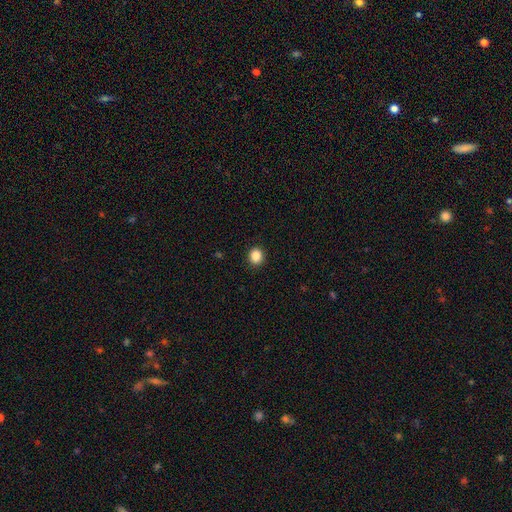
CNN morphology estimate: A smooth galaxy with no disk features (87%) that is round (84%).

Vote fractions:
- Smooth or featured? smooth: 87% / star or artifact: 10% / featured or disk: 3%
- How rounded? round: 84% / in between: 15% / cigar-shaped: 1%
- Merging? none: 92% / minor disturbance: 5% / major disturbance: 2% / merger: 1%